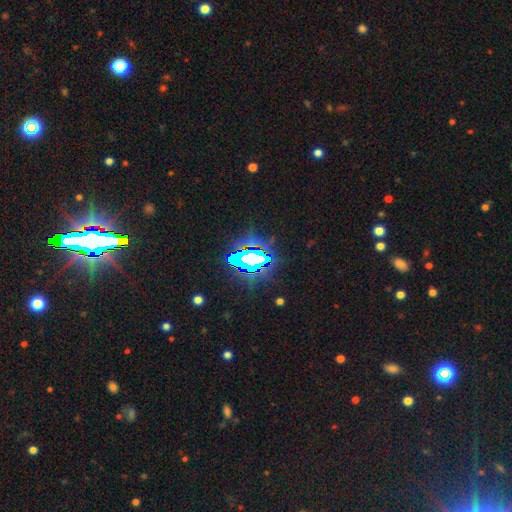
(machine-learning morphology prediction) Smooth or featured: star or artifact — 66% (featured or disk — 17%)